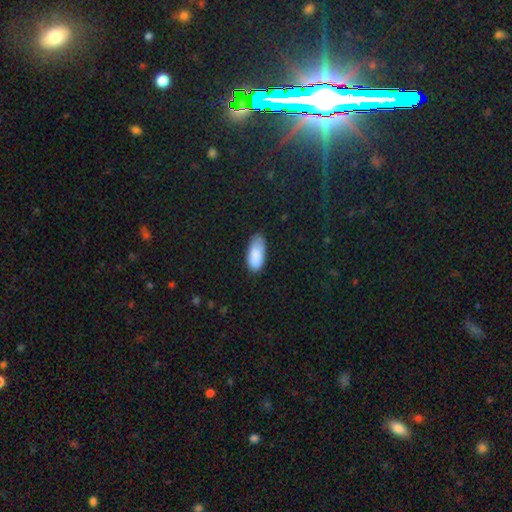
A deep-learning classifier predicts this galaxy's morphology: smooth_or_featured: smooth (p=0.88) [alt: star or artifact p=0.06]
how_rounded: in between (p=0.88) [alt: cigar-shaped p=0.10]
merging: none (p=0.74) [alt: minor disturbance p=0.21]